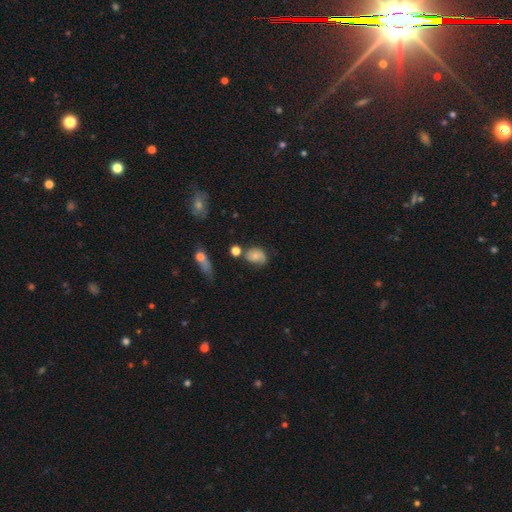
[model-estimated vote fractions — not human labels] Smooth or featured? smooth (55%)
How rounded? in between (60%)
Merging? none (51%)